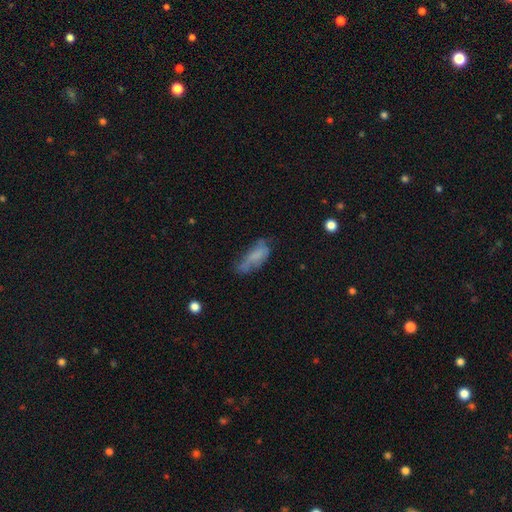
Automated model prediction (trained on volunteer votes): Smooth or featured? Predicted: smooth (p=0.60). How rounded? Predicted: in between (p=0.69). Merging? Predicted: none (p=0.41).